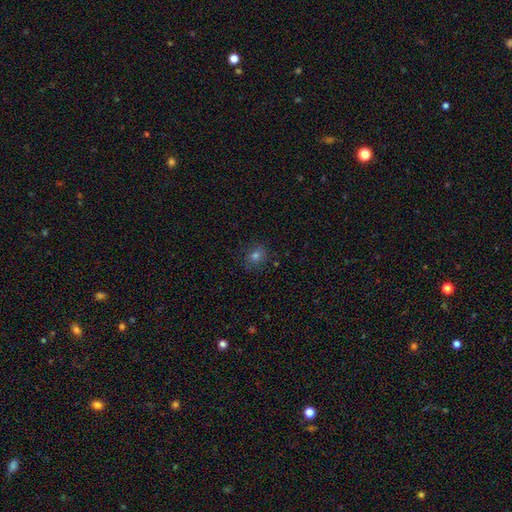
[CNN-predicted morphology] smooth-or-featured: smooth: 68% | star or artifact: 22% | featured or disk: 10%
  how-rounded: round: 71% | in between: 28% | cigar-shaped: 1%
  merging: none: 85% | minor disturbance: 11% | major disturbance: 3% | merger: 1%